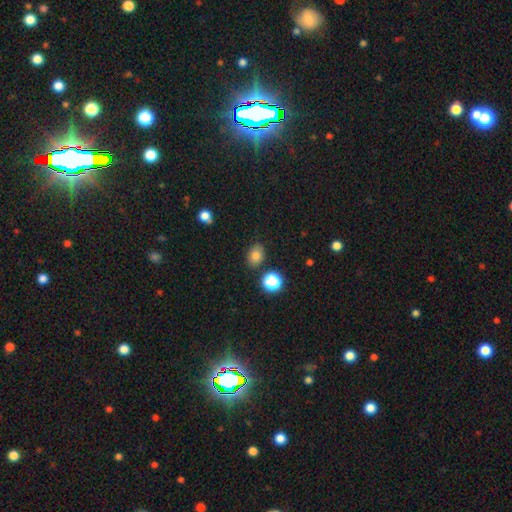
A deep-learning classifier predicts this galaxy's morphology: Smooth or featured: smooth — 78% (star or artifact — 14%)
How rounded: in between — 66% (round — 32%)
Merging: none — 81% (minor disturbance — 12%)